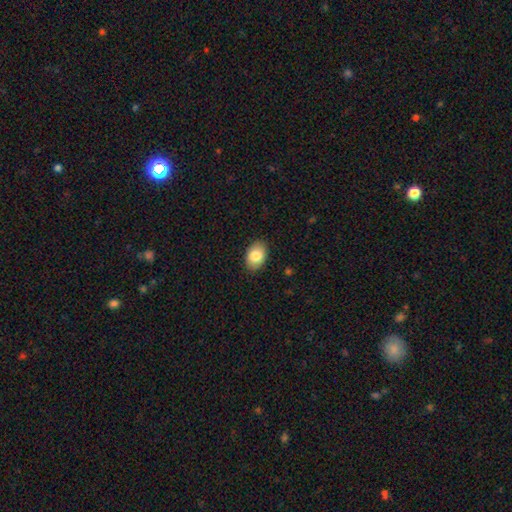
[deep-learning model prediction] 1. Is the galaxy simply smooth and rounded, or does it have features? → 83% smooth, 10% featured or disk, 7% star or artifact.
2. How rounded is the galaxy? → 86% in between, 13% round, 1% cigar-shaped.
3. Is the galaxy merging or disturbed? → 89% none, 9% minor disturbance, 2% major disturbance, 1% merger.